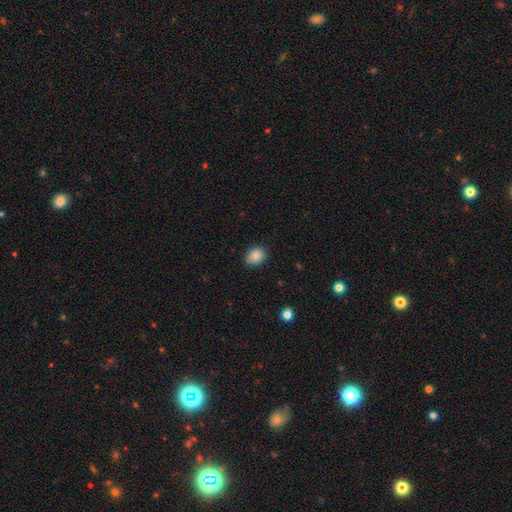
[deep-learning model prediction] Smooth or featured?
  - smooth: 85% *
  - star or artifact: 9%
  - featured or disk: 6%
How rounded?
  - in between: 50% *
  - round: 49%
  - cigar-shaped: 1%
Merging?
  - none: 81% *
  - minor disturbance: 15%
  - major disturbance: 2%
  - merger: 1%